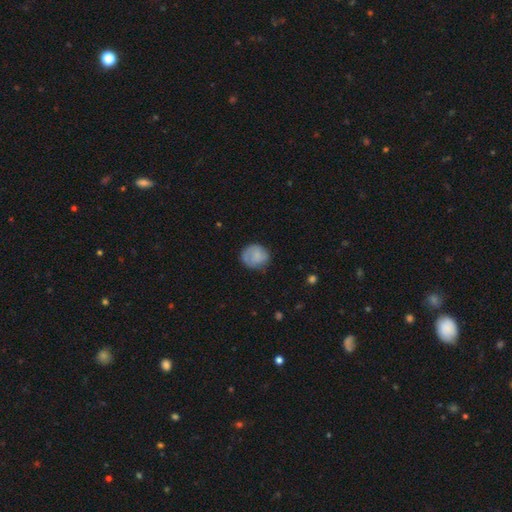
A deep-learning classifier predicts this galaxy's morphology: Q: Smooth or featured?
A: smooth (72%); runner-up: featured or disk (20%)
Q: How rounded?
A: round (76%); runner-up: in between (23%)
Q: Merging?
A: none (68%); runner-up: minor disturbance (23%)